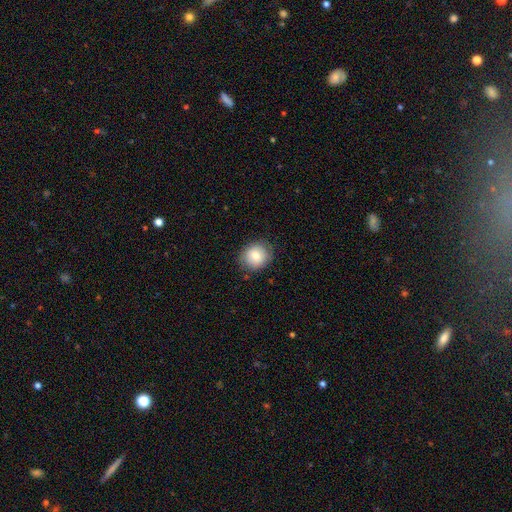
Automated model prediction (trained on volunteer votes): A smooth galaxy with no disk features (79%) that is round (79%). Merging: none (82%).